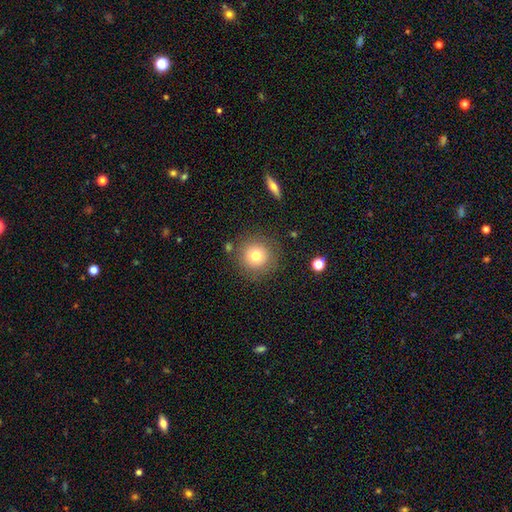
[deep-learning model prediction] A smooth galaxy with no disk features (77%) that is round (94%).

Vote fractions:
- Smooth or featured? smooth: 77% / star or artifact: 12% / featured or disk: 11%
- How rounded? round: 94% / in between: 5% / cigar-shaped: 1%
- Merging? none: 84% / minor disturbance: 9% / major disturbance: 4% / merger: 3%